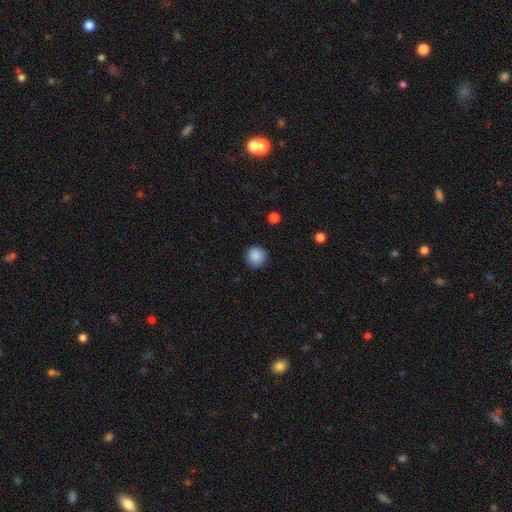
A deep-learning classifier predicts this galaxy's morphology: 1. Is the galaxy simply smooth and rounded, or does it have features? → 88% smooth, 9% star or artifact, 3% featured or disk.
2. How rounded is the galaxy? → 94% round, 5% in between, 1% cigar-shaped.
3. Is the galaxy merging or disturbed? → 89% none, 7% minor disturbance, 2% major disturbance, 1% merger.